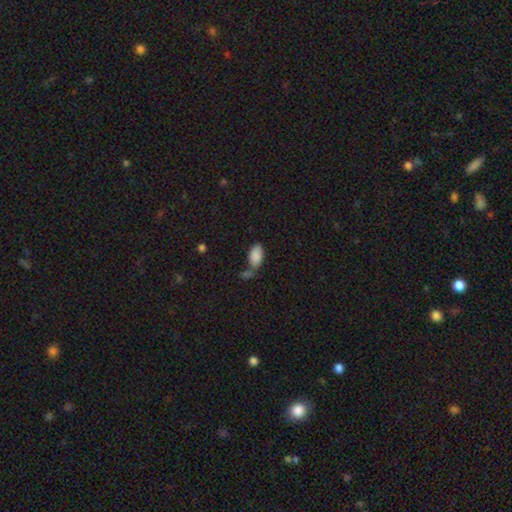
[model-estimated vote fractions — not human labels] A smooth galaxy with no disk features (87%) that is in between round and cigar-shaped (95%).

Vote fractions:
- Smooth or featured? smooth: 87% / star or artifact: 8% / featured or disk: 5%
- How rounded? in between: 95% / round: 3% / cigar-shaped: 3%
- Merging? none: 50% / merger: 27% / minor disturbance: 16% / major disturbance: 6%